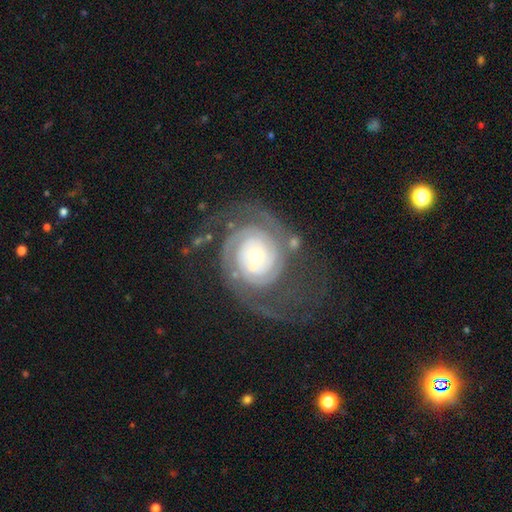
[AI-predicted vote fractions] The model was most divided on "bulge size": small: 54%, moderate: 39%, large: 4%, dominant: 2%, none: 1%. More confident: edge-on disk — no (98%); spiral arms — yes (97%); smooth or featured — featured or disk (90%); bar — no (77%); spiral winding — tight (73%); spiral arm count — 2 (72%); merging — none (61%).